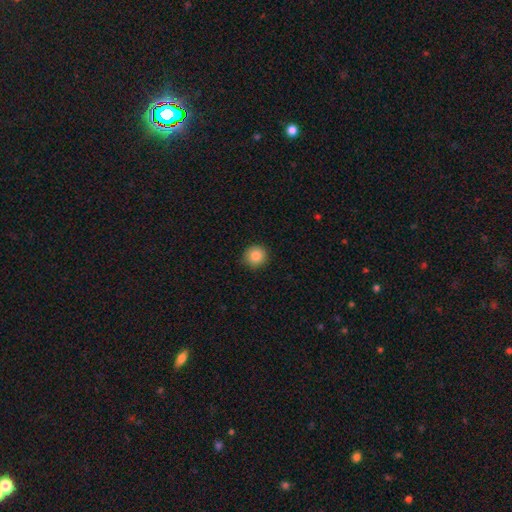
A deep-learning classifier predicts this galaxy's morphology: This appears to be a smooth galaxy with no disk features (87%) that is round (91%). Merging: none (88%).